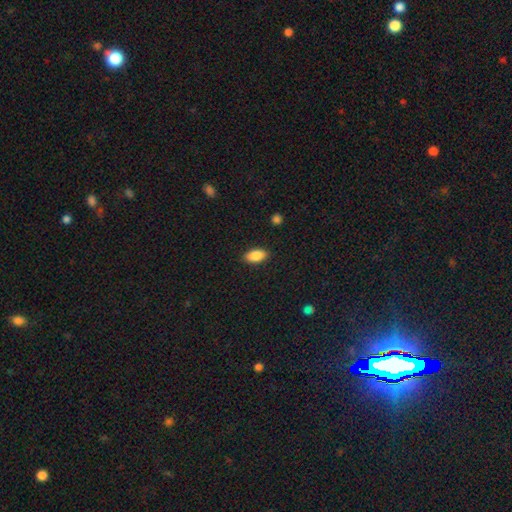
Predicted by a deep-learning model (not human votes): Smooth or featured?
  - smooth: 87% *
  - star or artifact: 7%
  - featured or disk: 5%
How rounded?
  - in between: 92% *
  - cigar-shaped: 5%
  - round: 3%
Merging?
  - none: 89% *
  - minor disturbance: 8%
  - major disturbance: 2%
  - merger: 1%